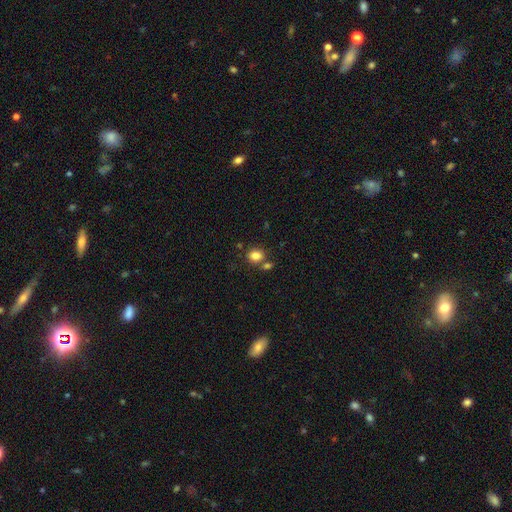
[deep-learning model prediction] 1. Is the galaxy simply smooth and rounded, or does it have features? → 83% smooth, 11% star or artifact, 6% featured or disk.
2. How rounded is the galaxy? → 57% round, 42% in between, 1% cigar-shaped.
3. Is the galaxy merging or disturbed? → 65% none, 20% merger, 11% minor disturbance, 4% major disturbance.